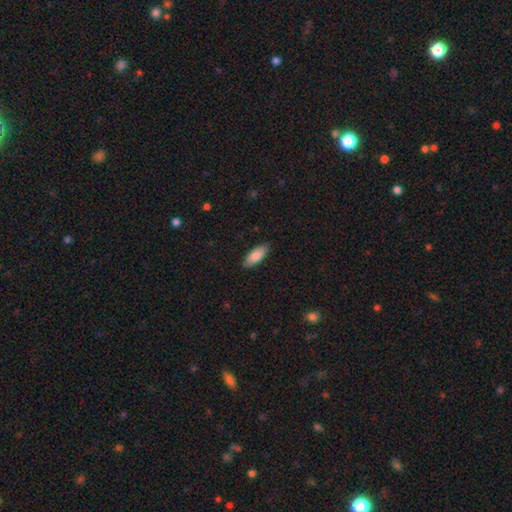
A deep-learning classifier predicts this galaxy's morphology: Smooth or featured?
  - smooth: 85% *
  - featured or disk: 10%
  - star or artifact: 6%
How rounded?
  - in between: 80% *
  - cigar-shaped: 18%
  - round: 2%
Merging?
  - none: 88% *
  - minor disturbance: 9%
  - major disturbance: 2%
  - merger: 1%